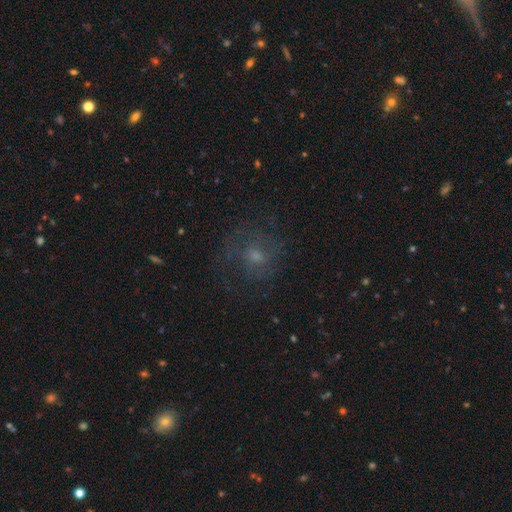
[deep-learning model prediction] Smooth or featured? featured or disk (44%)
Merging? none (65%)